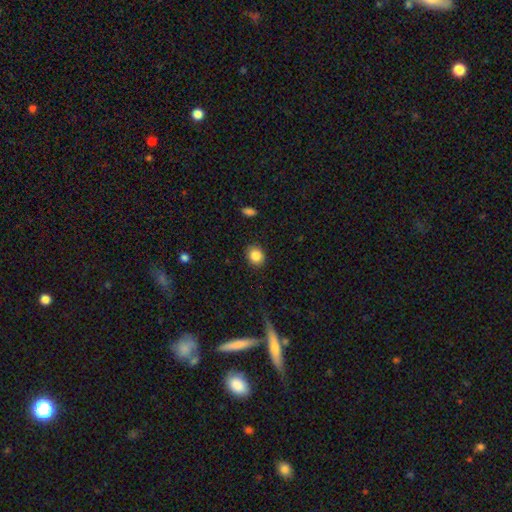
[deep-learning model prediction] This is clearly a smooth galaxy (86%). How rounded: likely round (76%). Merging: clearly none (87%).